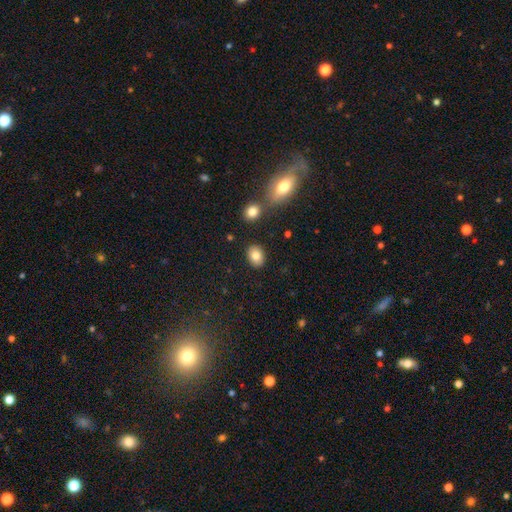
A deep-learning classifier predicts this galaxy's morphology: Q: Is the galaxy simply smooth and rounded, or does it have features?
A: smooth — 83%.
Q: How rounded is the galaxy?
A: in between — 61%.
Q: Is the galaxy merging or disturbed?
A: none — 87%.